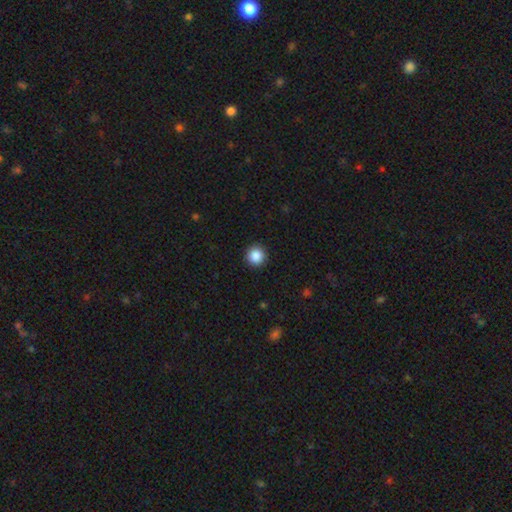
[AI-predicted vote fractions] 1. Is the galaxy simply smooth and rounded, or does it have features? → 87% smooth, 9% star or artifact, 4% featured or disk.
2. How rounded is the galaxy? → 96% round, 3% in between, 1% cigar-shaped.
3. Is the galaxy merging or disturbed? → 93% none, 5% minor disturbance, 2% major disturbance, 1% merger.